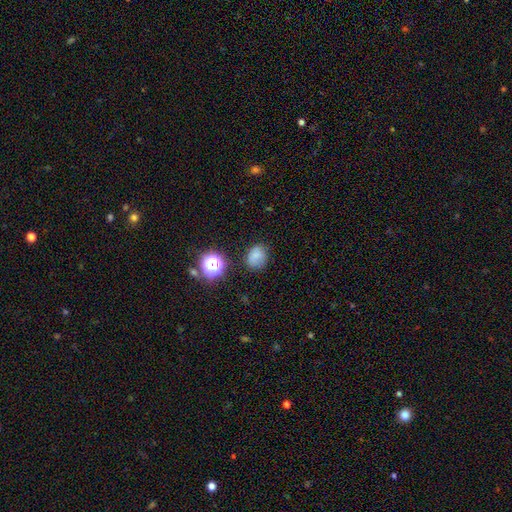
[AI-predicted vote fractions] The model was most divided on "how rounded": round: 54%, in between: 45%, cigar-shaped: 1%. More confident: smooth or featured — smooth (76%); merging — none (68%).